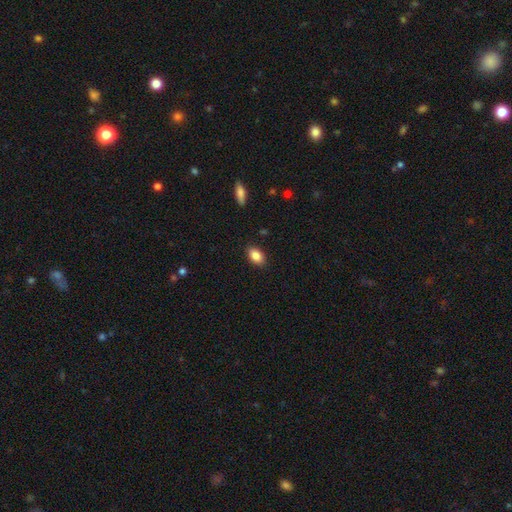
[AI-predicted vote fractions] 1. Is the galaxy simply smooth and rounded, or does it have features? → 87% smooth, 8% star or artifact, 5% featured or disk.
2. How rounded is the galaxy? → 88% in between, 10% round, 2% cigar-shaped.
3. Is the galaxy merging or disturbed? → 87% none, 9% minor disturbance, 2% major disturbance, 1% merger.